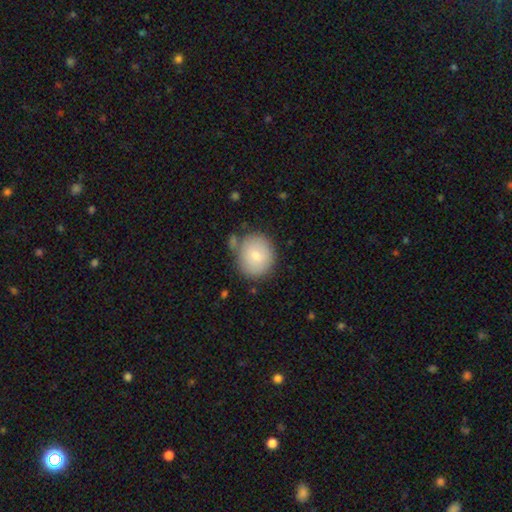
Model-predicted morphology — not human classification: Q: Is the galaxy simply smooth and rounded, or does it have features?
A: smooth — 79%.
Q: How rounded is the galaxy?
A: round — 80%.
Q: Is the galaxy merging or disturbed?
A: none — 70%.